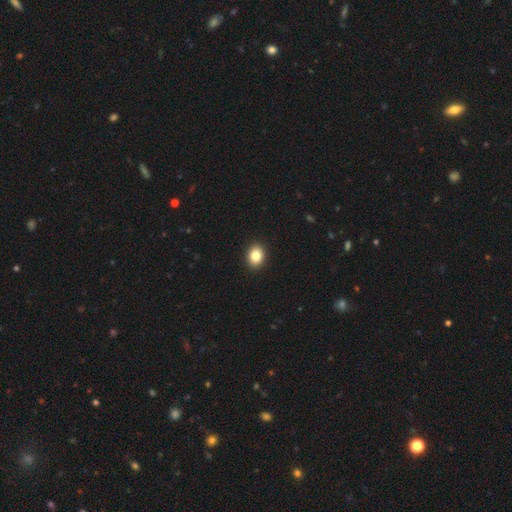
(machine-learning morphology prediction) Smooth or featured? smooth (86%)
How rounded? in between (58%)
Merging? none (92%)